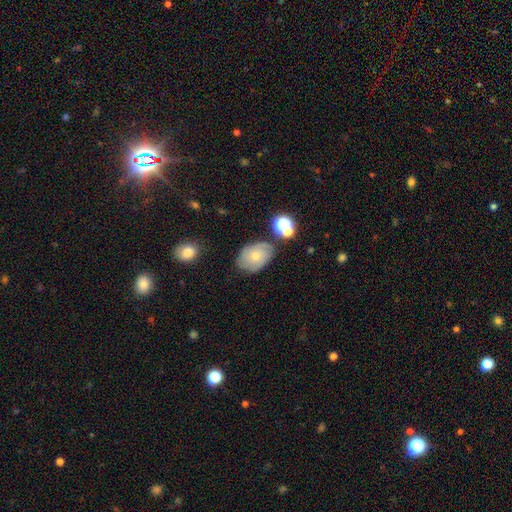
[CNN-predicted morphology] This is marginally a featured or disk galaxy (45%, tied with smooth). Merging: likely none (67%).